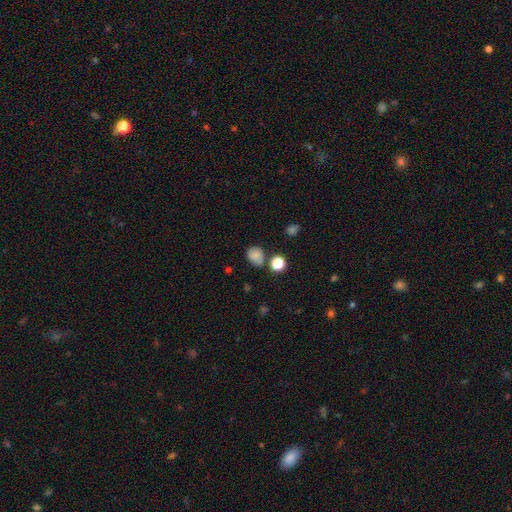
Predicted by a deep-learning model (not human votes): smooth 78%, star or artifact 13%, featured or disk 10%. Down the decision tree: how rounded — round (54%); merging — none (69%).